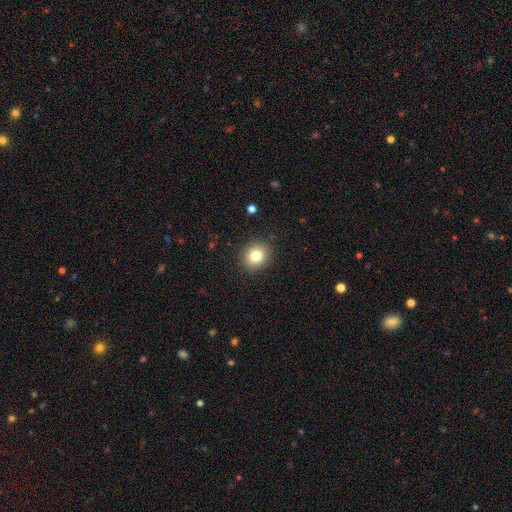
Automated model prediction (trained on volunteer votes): The model was most divided on "how rounded": round: 76%, in between: 23%, cigar-shaped: 1%. More confident: merging — none (89%); smooth or featured — smooth (80%).